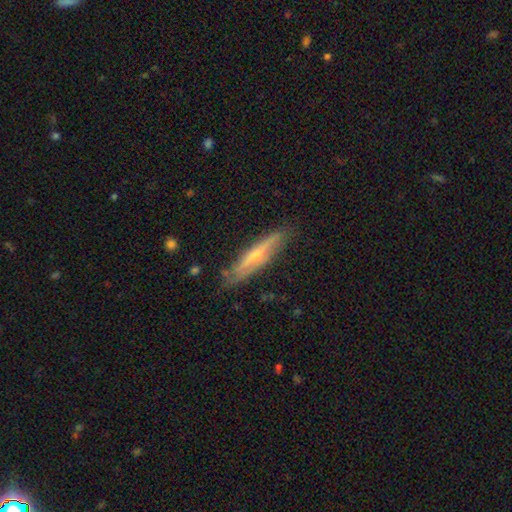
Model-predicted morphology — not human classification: Overall: featured or disk (63%; smooth 31%). Edge-on disk: yes (87%). Edge-on bulge: rounded (83%). Merging: none (80%).